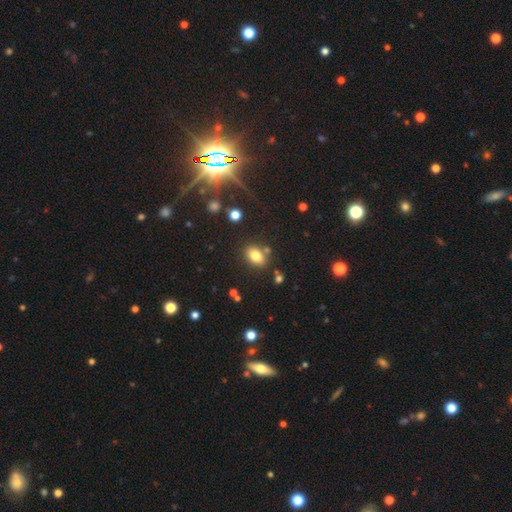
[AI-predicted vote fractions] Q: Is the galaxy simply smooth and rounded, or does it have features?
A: smooth — 80%.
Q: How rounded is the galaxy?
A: in between — 79%.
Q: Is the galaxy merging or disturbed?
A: none — 78%.